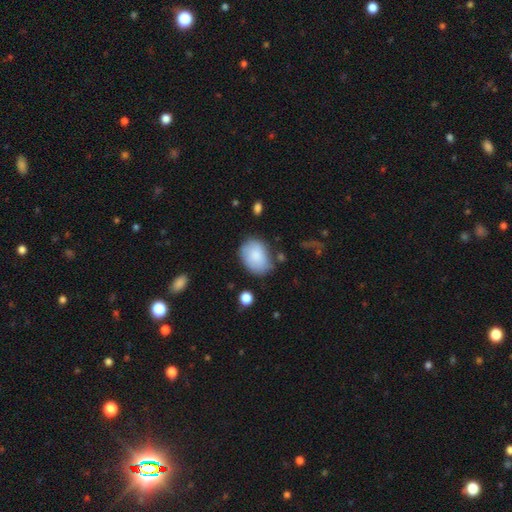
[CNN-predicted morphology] smooth_or_featured: smooth (p=0.83) [alt: featured or disk p=0.10]
how_rounded: in between (p=0.70) [alt: round p=0.29]
merging: none (p=0.63) [alt: minor disturbance p=0.25]